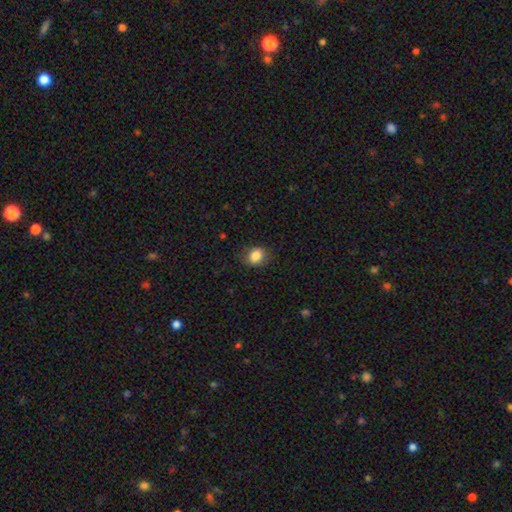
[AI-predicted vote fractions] This is clearly a smooth galaxy (85%). How rounded: possibly in between (51%). Merging: likely none (79%).